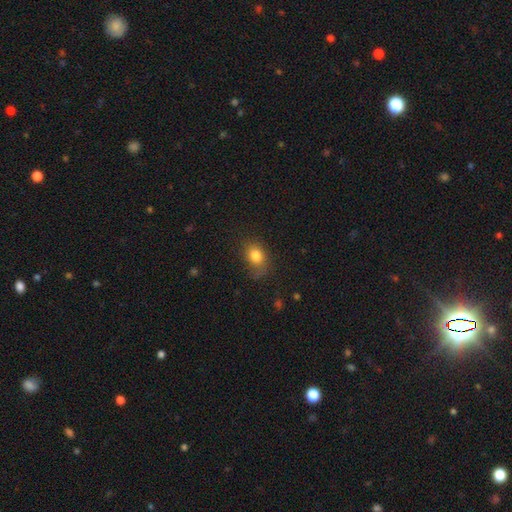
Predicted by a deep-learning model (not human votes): Smooth or featured?
  - smooth: 81% *
  - star or artifact: 10%
  - featured or disk: 8%
How rounded?
  - in between: 58% *
  - round: 40%
  - cigar-shaped: 1%
Merging?
  - none: 65% *
  - minor disturbance: 24%
  - major disturbance: 9%
  - merger: 2%